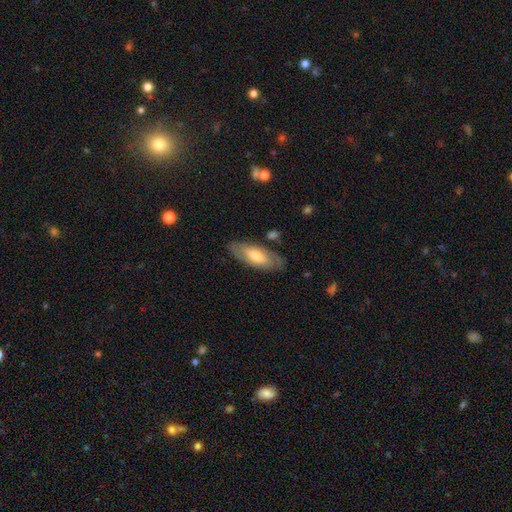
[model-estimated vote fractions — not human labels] Smooth or featured?
  - smooth: 51% *
  - featured or disk: 43%
  - star or artifact: 6%
How rounded?
  - in between: 78% *
  - cigar-shaped: 20%
  - round: 3%
Merging?
  - none: 80% *
  - minor disturbance: 14%
  - major disturbance: 4%
  - merger: 3%